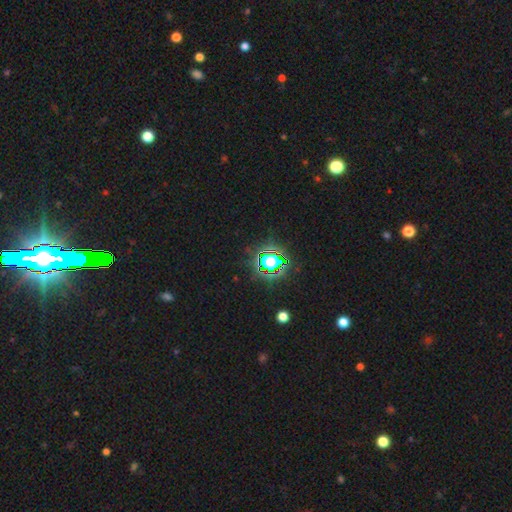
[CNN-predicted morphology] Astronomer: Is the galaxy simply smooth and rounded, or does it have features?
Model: star or artifact — 81%.